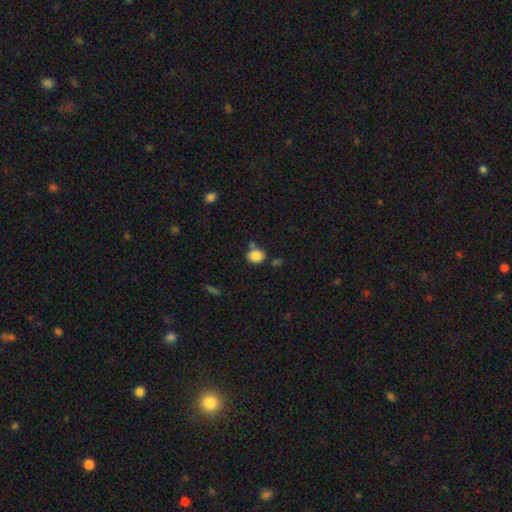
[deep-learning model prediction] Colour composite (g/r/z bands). It shows a smooth galaxy with no disk features (86%) that is round (64%). Merging: none (65%).